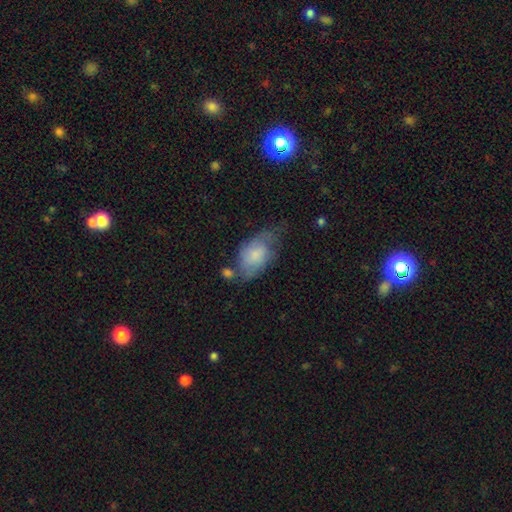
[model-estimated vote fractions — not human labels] smooth 64%, featured or disk 27%, star or artifact 9%. Down the decision tree: how rounded — in between (90%); merging — none (38%).